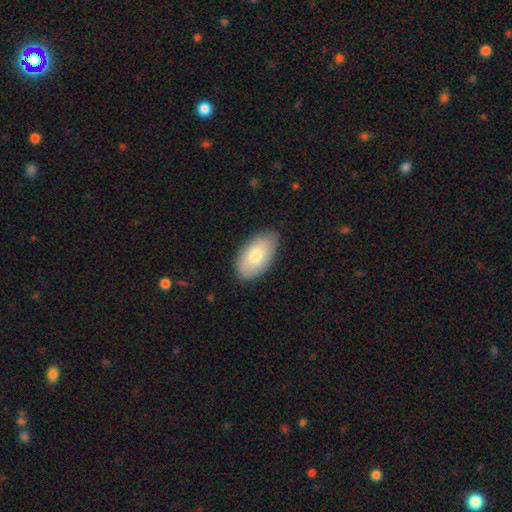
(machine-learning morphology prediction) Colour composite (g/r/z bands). It shows a smooth galaxy with no disk features (77%) that is in between round and cigar-shaped (95%). Merging: none (83%).